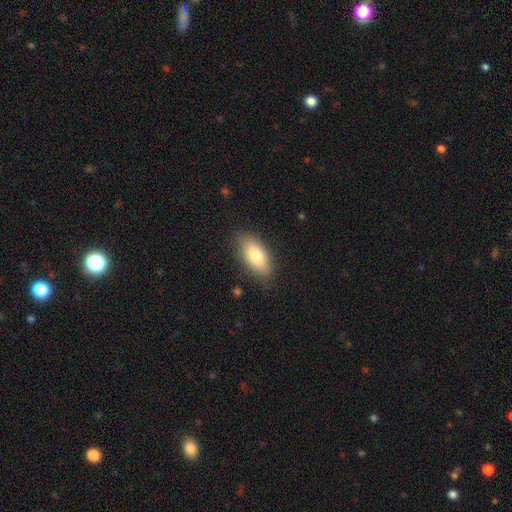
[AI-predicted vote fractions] Smooth or featured: smooth — 82% (featured or disk — 12%)
How rounded: in between — 90% (cigar-shaped — 6%)
Merging: none — 83% (minor disturbance — 13%)